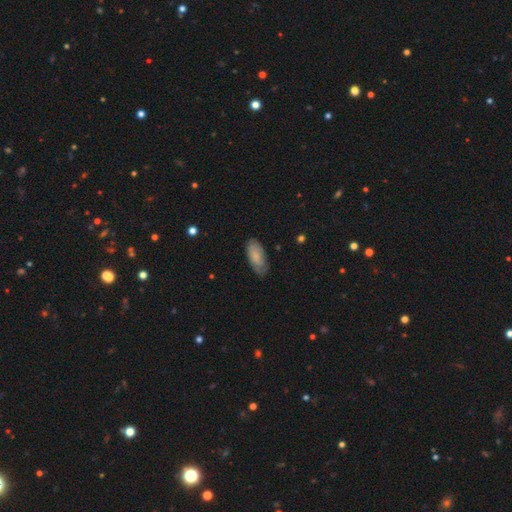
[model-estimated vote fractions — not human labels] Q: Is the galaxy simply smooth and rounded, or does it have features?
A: smooth — 74%.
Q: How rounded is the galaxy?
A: in between — 88%.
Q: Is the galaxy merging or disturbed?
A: none — 70%.